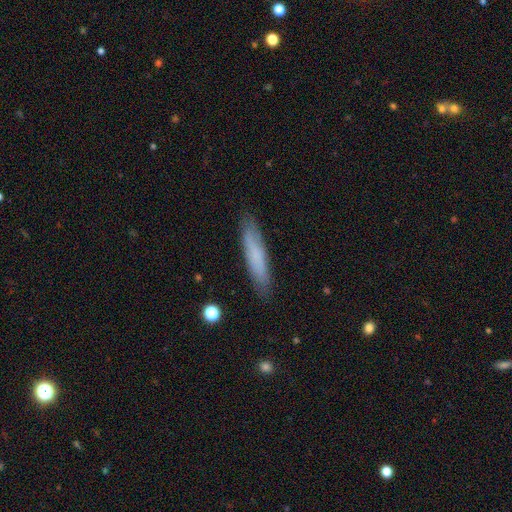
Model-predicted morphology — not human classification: This is likely a smooth galaxy (69%). How rounded: clearly cigar-shaped (87%). Merging: clearly none (87%).